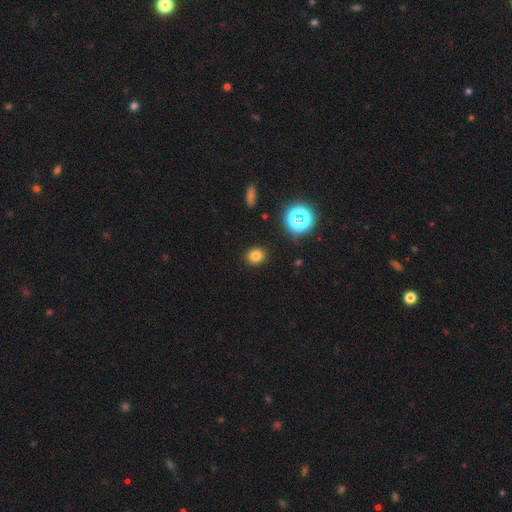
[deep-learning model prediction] A smooth galaxy with no disk features (78%) that is round (70%).

Vote fractions:
- Smooth or featured? smooth: 78% / star or artifact: 17% / featured or disk: 6%
- How rounded? round: 70% / in between: 29% / cigar-shaped: 1%
- Merging? none: 90% / minor disturbance: 6% / major disturbance: 2% / merger: 1%